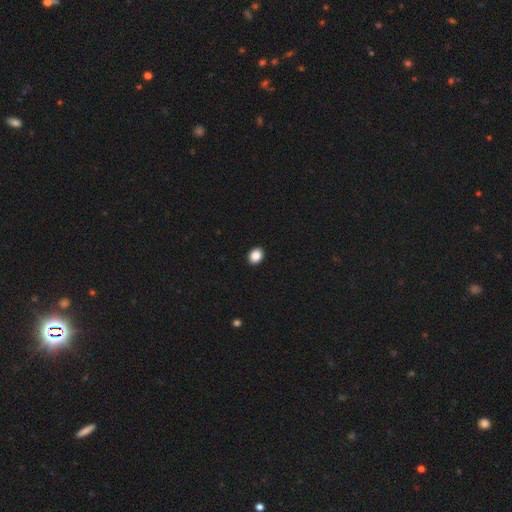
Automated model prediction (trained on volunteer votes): Smooth or featured? Predicted: smooth (p=0.88). How rounded? Predicted: in between (p=0.53). Merging? Predicted: none (p=0.92).